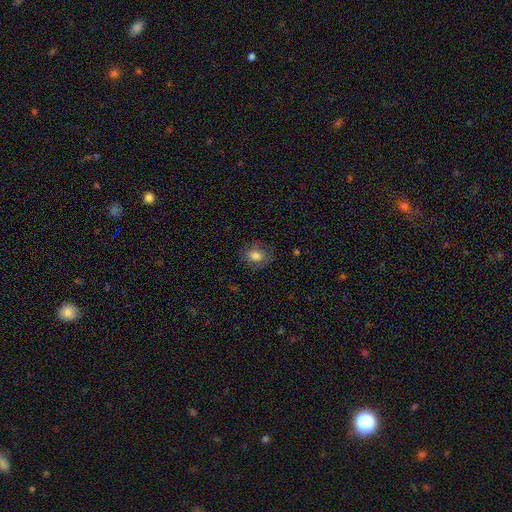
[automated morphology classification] This appears to be a smooth galaxy with no disk features (78%) that is in between round and cigar-shaped (56%). Merging: none (78%).